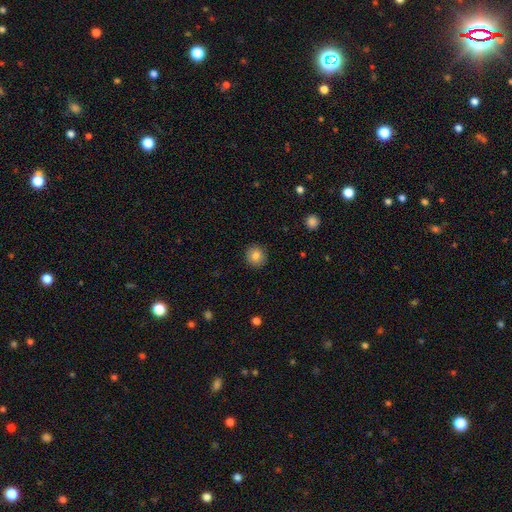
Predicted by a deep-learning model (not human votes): Smooth or featured: smooth — 84% (star or artifact — 10%)
How rounded: round — 92% (in between — 7%)
Merging: none — 91% (minor disturbance — 6%)